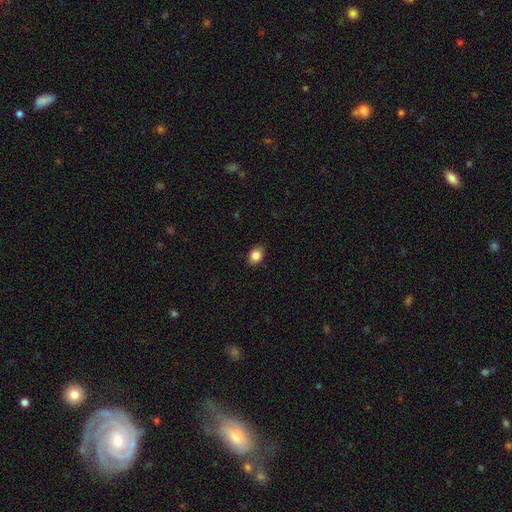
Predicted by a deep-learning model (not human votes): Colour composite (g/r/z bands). It shows a smooth galaxy with no disk features (86%) that is in between round and cigar-shaped (62%). Merging: none (87%).